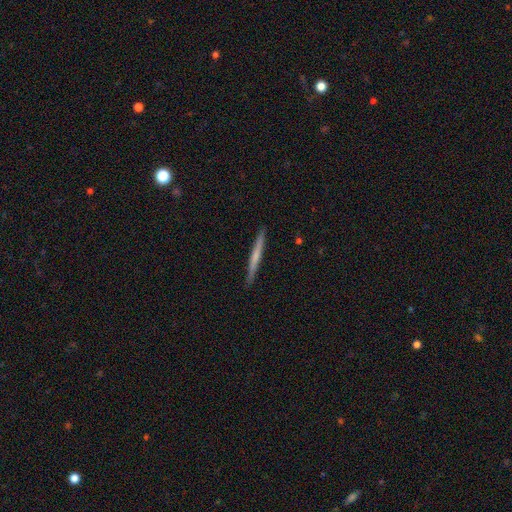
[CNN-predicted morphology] The model was most divided on "smooth or featured": smooth: 48%, featured or disk: 46%, star or artifact: 6%. More confident: merging — none (91%).